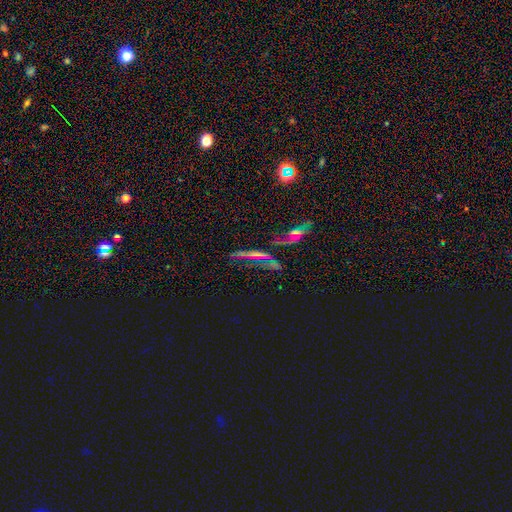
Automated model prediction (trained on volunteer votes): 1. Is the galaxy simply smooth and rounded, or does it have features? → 51% featured or disk, 28% star or artifact, 22% smooth.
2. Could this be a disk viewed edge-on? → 51% yes, 49% no.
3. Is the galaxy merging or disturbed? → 36% none, 29% merger, 21% major disturbance, 14% minor disturbance.